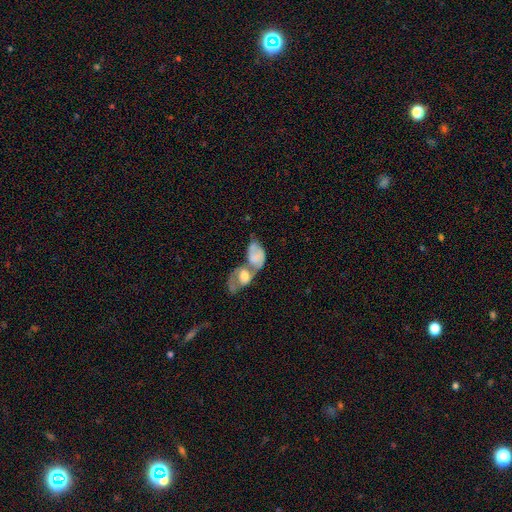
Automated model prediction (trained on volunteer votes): Q: Smooth or featured?
A: featured or disk (53%); runner-up: smooth (39%)
Q: Edge-on disk?
A: no (94%); runner-up: yes (6%)
Q: Merging?
A: merger (72%); runner-up: none (12%)